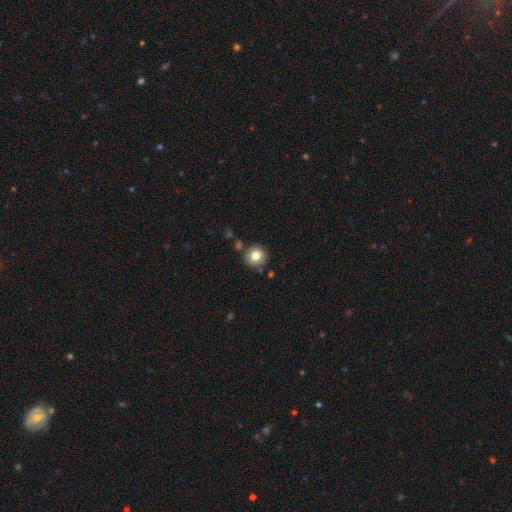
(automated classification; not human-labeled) This appears to be a smooth galaxy with no disk features (80%) that is round (91%). Merging: none (83%).